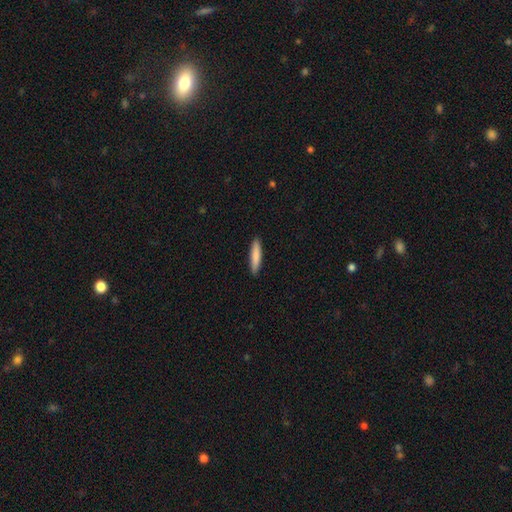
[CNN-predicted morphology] Smooth or featured? Predicted: smooth (p=0.84). How rounded? Predicted: cigar-shaped (p=0.86). Merging? Predicted: none (p=0.90).